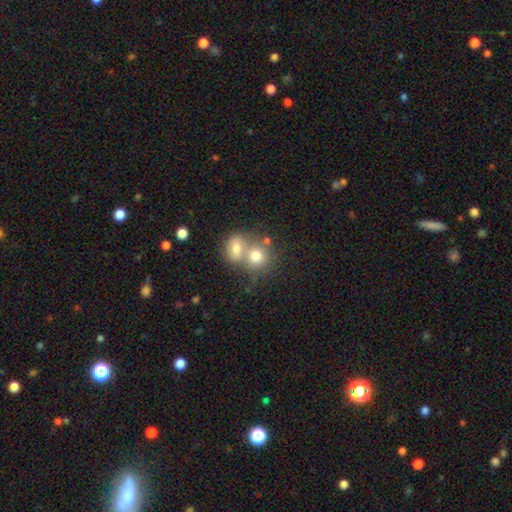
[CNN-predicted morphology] type=smooth (73%); roundness=round (74%); merging=merger (57%).